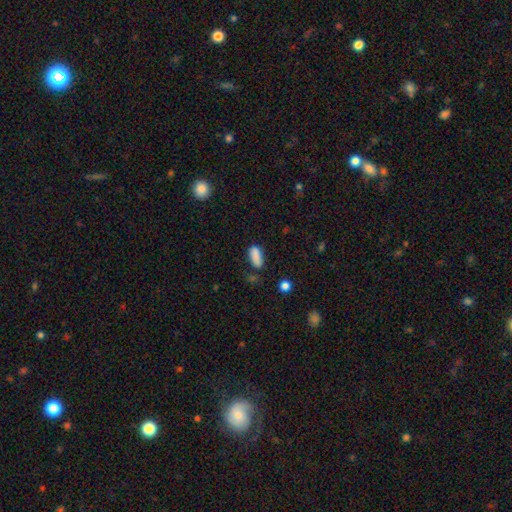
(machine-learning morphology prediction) Q: Smooth or featured?
A: smooth (86%); runner-up: star or artifact (9%)
Q: How rounded?
A: in between (81%); runner-up: cigar-shaped (16%)
Q: Merging?
A: none (66%); runner-up: minor disturbance (22%)